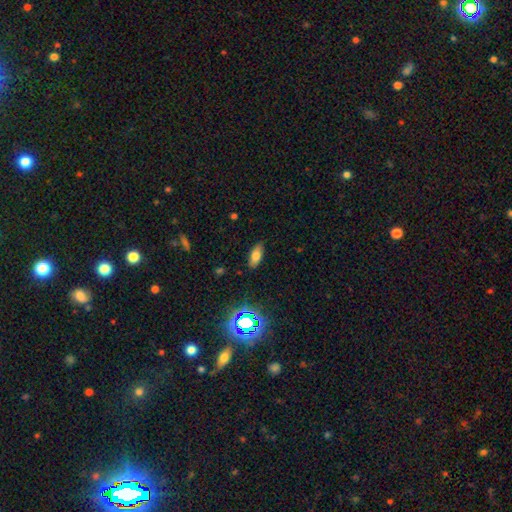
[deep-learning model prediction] The model was most divided on "smooth or featured": smooth: 72%, star or artifact: 14%, featured or disk: 13%. More confident: merging — none (86%); how rounded — in between (83%).